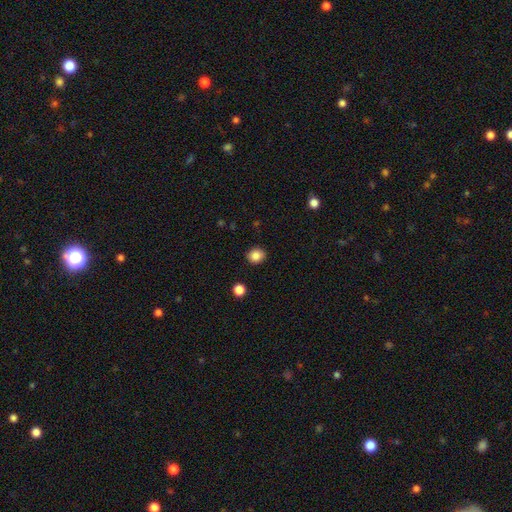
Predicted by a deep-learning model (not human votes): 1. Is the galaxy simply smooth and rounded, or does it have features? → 85% smooth, 10% star or artifact, 5% featured or disk.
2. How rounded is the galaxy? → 75% round, 24% in between, 1% cigar-shaped.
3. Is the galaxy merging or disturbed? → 89% none, 8% minor disturbance, 2% major disturbance, 1% merger.